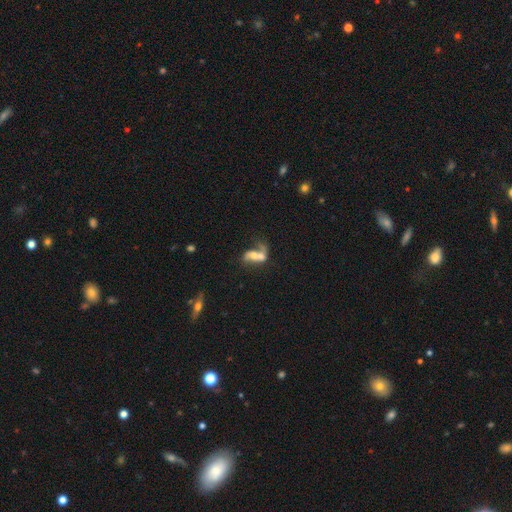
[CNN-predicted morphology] The model was most divided on "smooth or featured": featured or disk: 49%, smooth: 41%, star or artifact: 11%. More confident: merging — merger (66%).